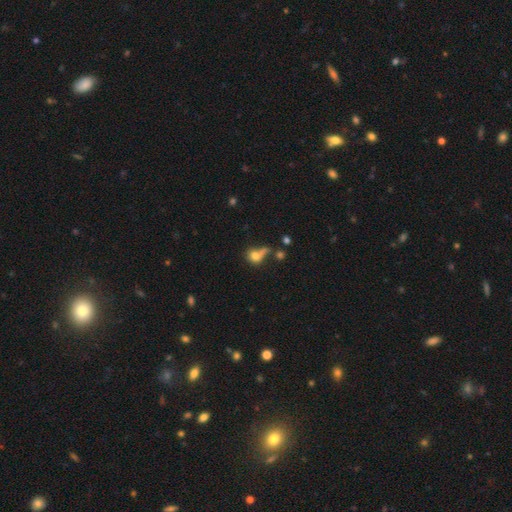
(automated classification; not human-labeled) smooth 72%, featured or disk 16%, star or artifact 12%. Down the decision tree: how rounded — round (57%); merging — none (33%).